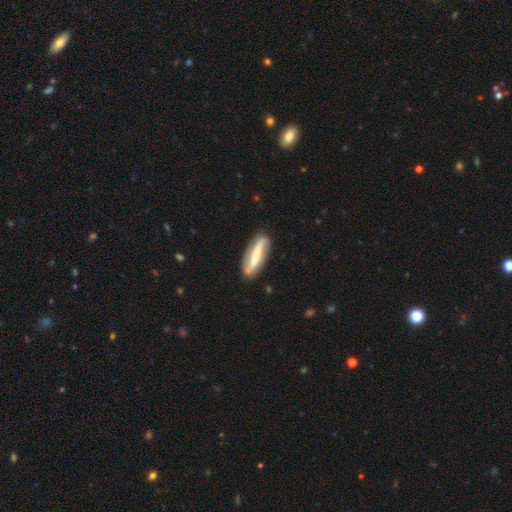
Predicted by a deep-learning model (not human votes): The model was most divided on "bulge size": small: 38%, moderate: 35%, none: 14%, large: 10%, dominant: 3%. More confident: spiral arm count — 2 (89%); spiral arms — yes (88%); merging — none (82%); edge-on disk — no (82%); smooth or featured — featured or disk (72%); bar — strong (62%); spiral winding — loose (52%).